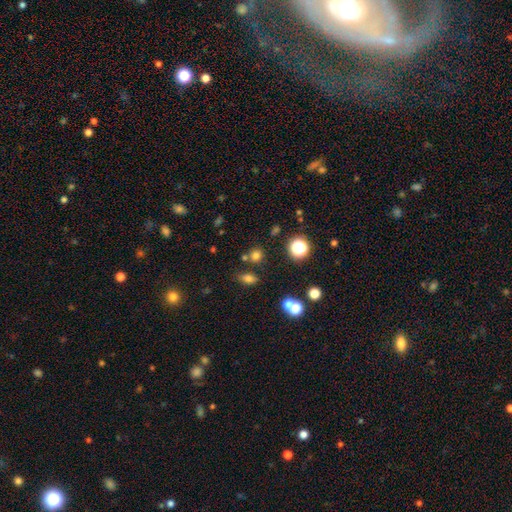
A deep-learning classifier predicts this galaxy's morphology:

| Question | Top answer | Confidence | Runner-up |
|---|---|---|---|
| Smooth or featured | smooth | 72% | star or artifact (21%) |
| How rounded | round | 70% | in between (28%) |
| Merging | none | 73% | merger (13%) |